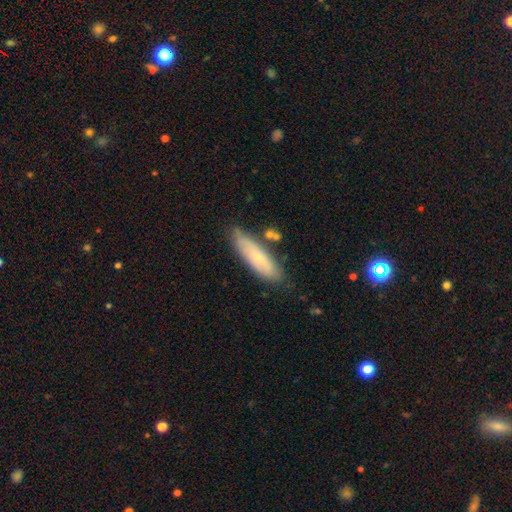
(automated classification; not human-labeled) smooth-or-featured: smooth: 65% | featured or disk: 29% | star or artifact: 6%
  how-rounded: cigar-shaped: 57% | in between: 42% | round: 2%
  merging: none: 72% | minor disturbance: 19% | merger: 5% | major disturbance: 4%